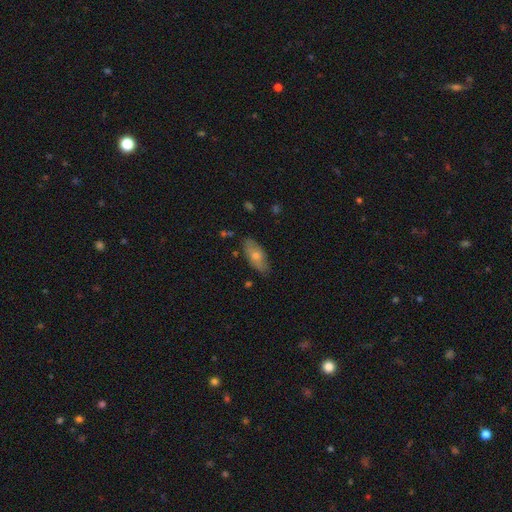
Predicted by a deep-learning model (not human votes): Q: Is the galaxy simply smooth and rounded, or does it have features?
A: smooth — 71%.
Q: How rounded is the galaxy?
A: in between — 87%.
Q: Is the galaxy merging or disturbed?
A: none — 78%.